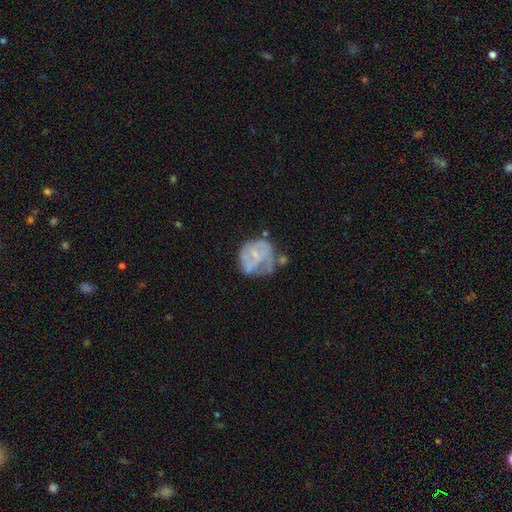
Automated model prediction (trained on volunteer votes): A featured or disk galaxy (65%) with no bar (68%), spiral arms (57%) and a small central bulge (61%). Merging: none (37%).